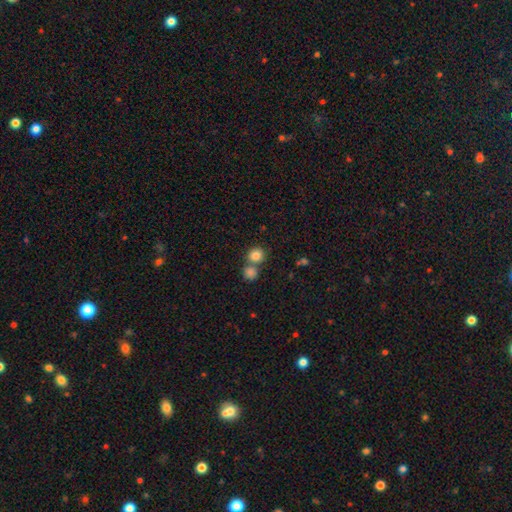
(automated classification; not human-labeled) The model was most divided on "merging": none: 57%, merger: 34%, minor disturbance: 7%, major disturbance: 2%. More confident: how rounded — round (87%); smooth or featured — smooth (84%).